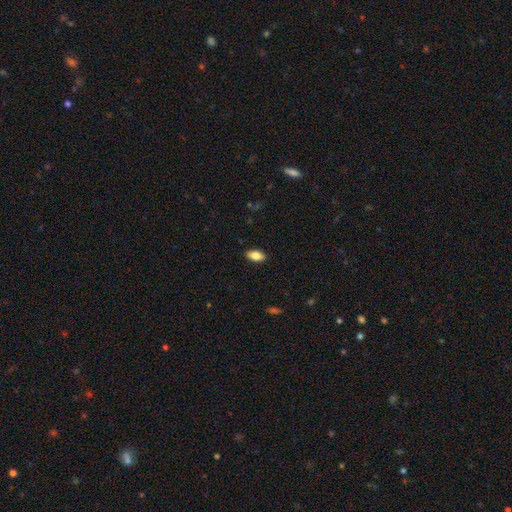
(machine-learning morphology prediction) Overall: smooth (80%). How rounded: in between (89%). Merging: none (89%).